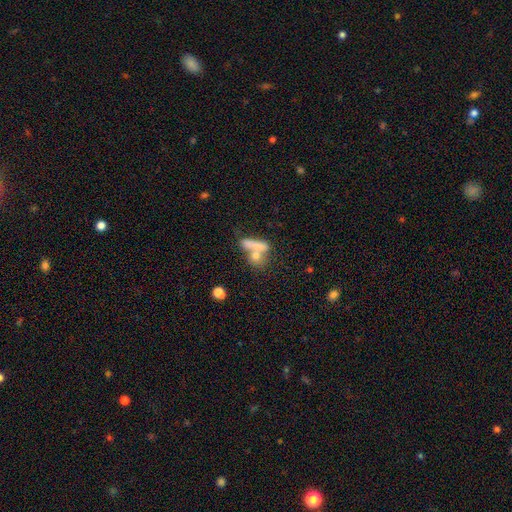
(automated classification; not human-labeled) This appears to be a smooth galaxy with no disk features (70%) that is in between round and cigar-shaped (45%). Merging: merger (53%).